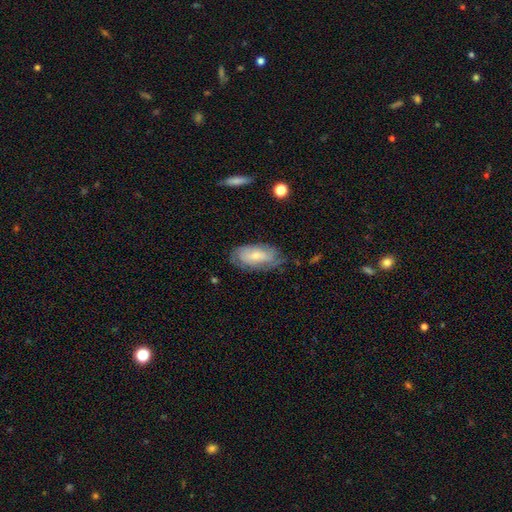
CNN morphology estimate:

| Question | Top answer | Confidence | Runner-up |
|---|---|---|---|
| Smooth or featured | smooth | 48% | featured or disk (45%) |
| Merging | none | 65% | minor disturbance (25%) |